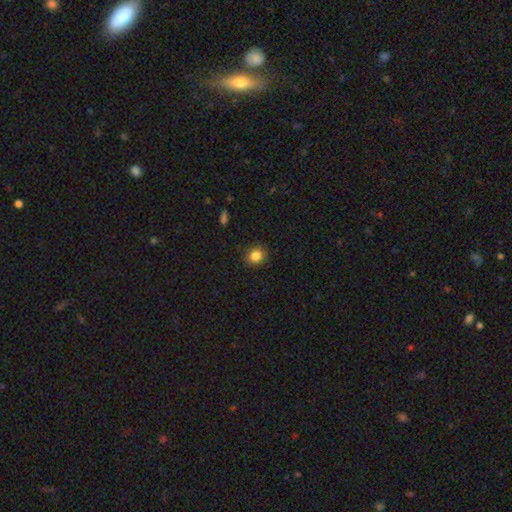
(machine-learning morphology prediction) A smooth galaxy with no disk features (84%) that is round (68%). Merging: none (89%).